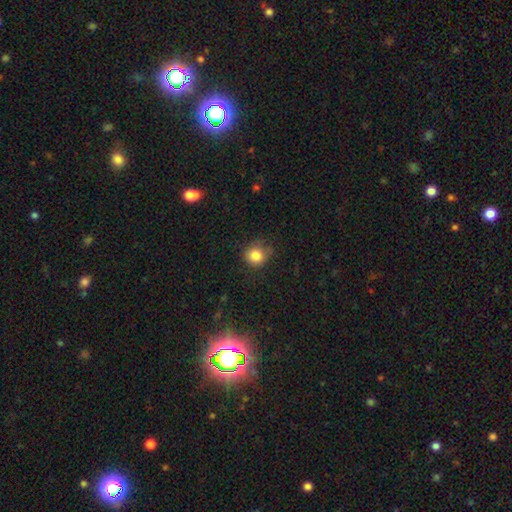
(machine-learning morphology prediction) Smooth or featured?
  - smooth: 83% *
  - star or artifact: 11%
  - featured or disk: 6%
How rounded?
  - round: 84% *
  - in between: 15%
  - cigar-shaped: 1%
Merging?
  - none: 71% *
  - minor disturbance: 22%
  - major disturbance: 6%
  - merger: 2%